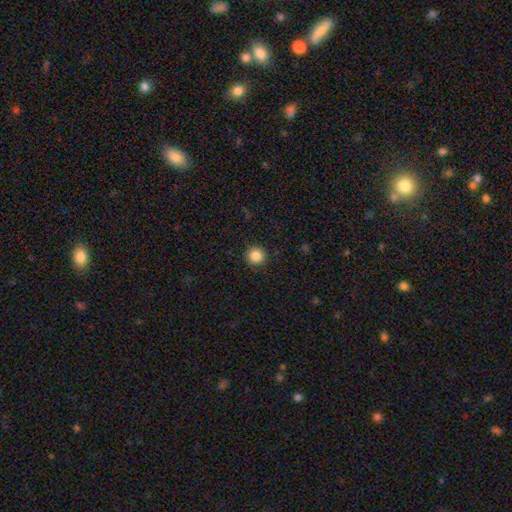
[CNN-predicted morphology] type=smooth (86%); roundness=round (95%); merging=none (91%).